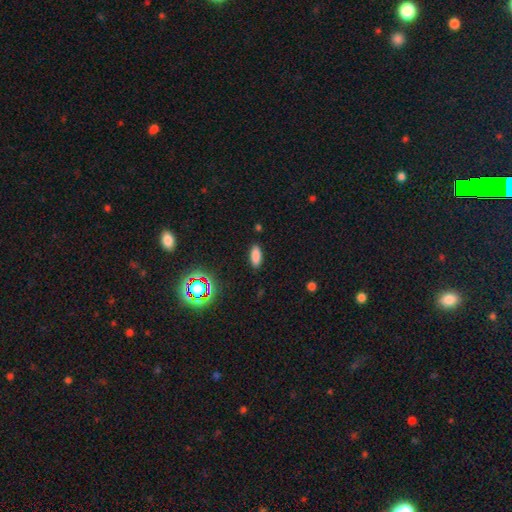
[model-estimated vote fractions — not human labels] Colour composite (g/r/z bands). It shows a smooth galaxy with no disk features (81%) that is in between round and cigar-shaped (80%). Merging: none (88%).